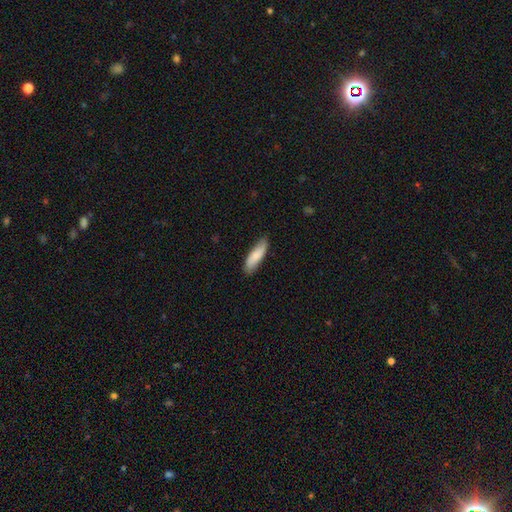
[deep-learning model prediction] smooth_or_featured: smooth (p=0.82) [alt: featured or disk p=0.13]
how_rounded: cigar-shaped (p=0.54) [alt: in between p=0.44]
merging: none (p=0.82) [alt: minor disturbance p=0.14]